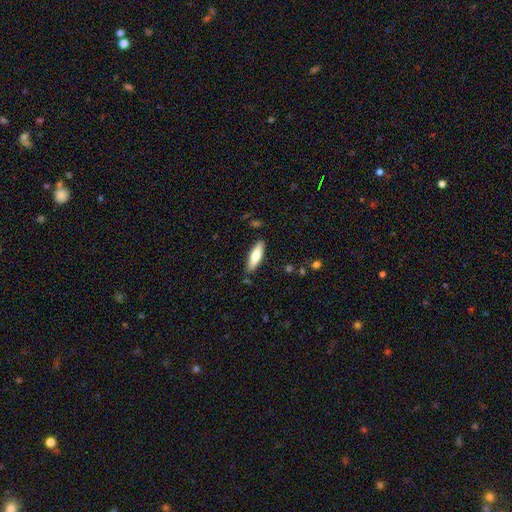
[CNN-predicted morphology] Smooth or featured? Predicted: smooth (p=0.69). How rounded? Predicted: cigar-shaped (p=0.56). Merging? Predicted: none (p=0.84).